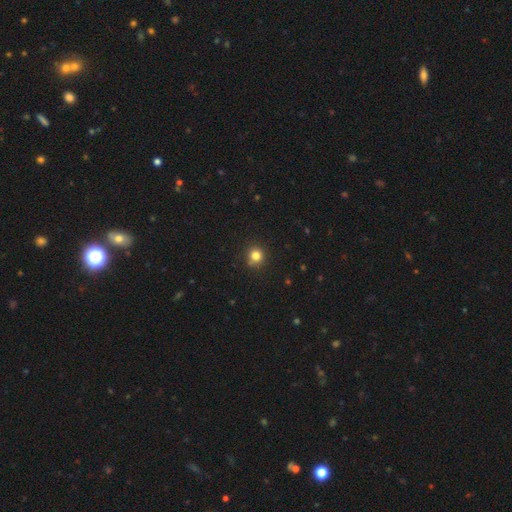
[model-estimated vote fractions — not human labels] Smooth or featured? smooth (81%)
How rounded? round (91%)
Merging? none (83%)